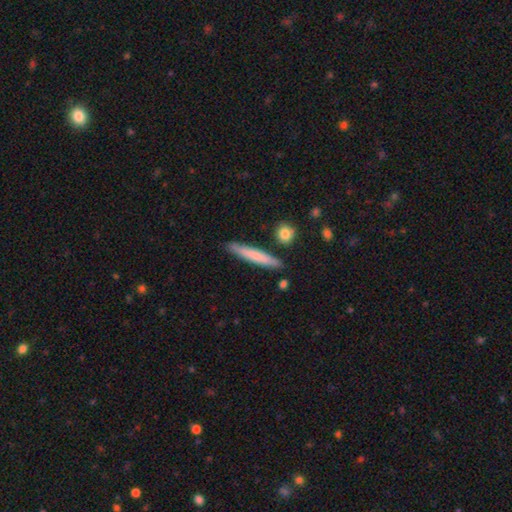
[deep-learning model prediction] Smooth or featured? Predicted: smooth (p=0.67). How rounded? Predicted: cigar-shaped (p=0.94). Merging? Predicted: none (p=0.85).